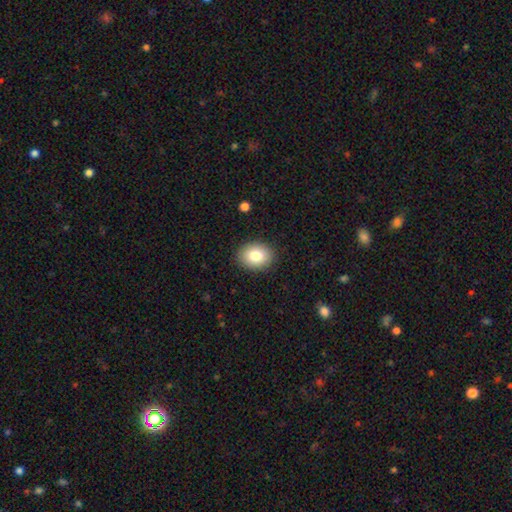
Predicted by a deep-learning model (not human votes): A smooth galaxy with no disk features (82%) that is in between round and cigar-shaped (58%).

Vote fractions:
- Smooth or featured? smooth: 82% / featured or disk: 10% / star or artifact: 9%
- How rounded? in between: 58% / round: 41% / cigar-shaped: 1%
- Merging? none: 89% / minor disturbance: 8% / major disturbance: 2% / merger: 1%